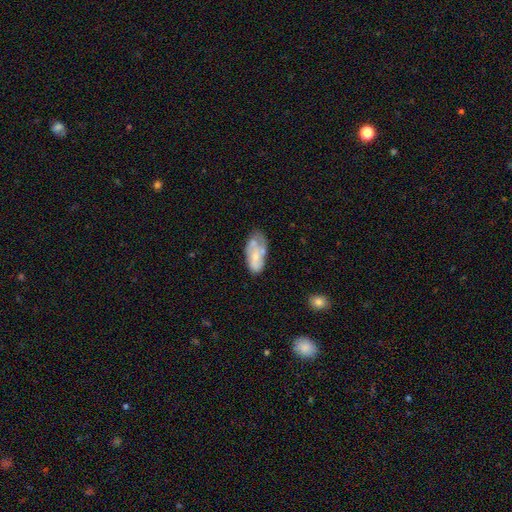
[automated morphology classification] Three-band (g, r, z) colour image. It shows a smooth galaxy with no disk features (50%). Merging: none (43%).